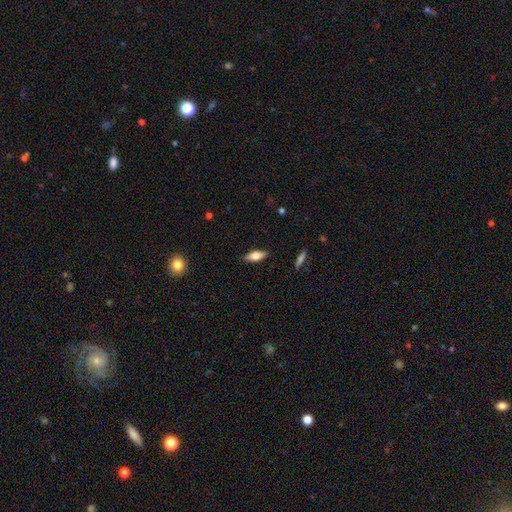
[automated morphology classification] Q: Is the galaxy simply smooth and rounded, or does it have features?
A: smooth — 70%.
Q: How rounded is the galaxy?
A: in between — 68%.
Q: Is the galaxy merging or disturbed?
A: none — 87%.